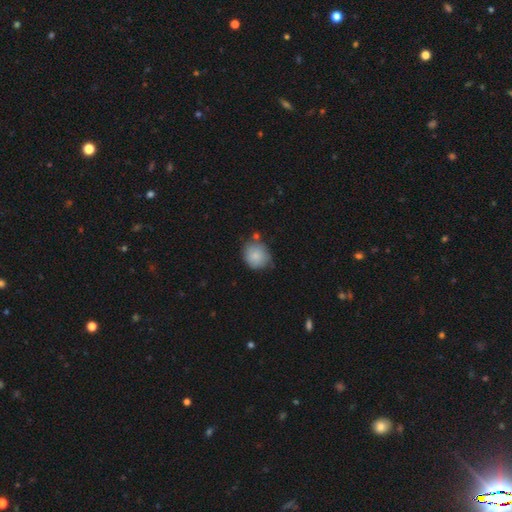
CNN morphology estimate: Smooth or featured?
  - smooth: 82% *
  - featured or disk: 11%
  - star or artifact: 7%
How rounded?
  - round: 77% *
  - in between: 22%
  - cigar-shaped: 1%
Merging?
  - none: 63% *
  - minor disturbance: 25%
  - merger: 7%
  - major disturbance: 5%